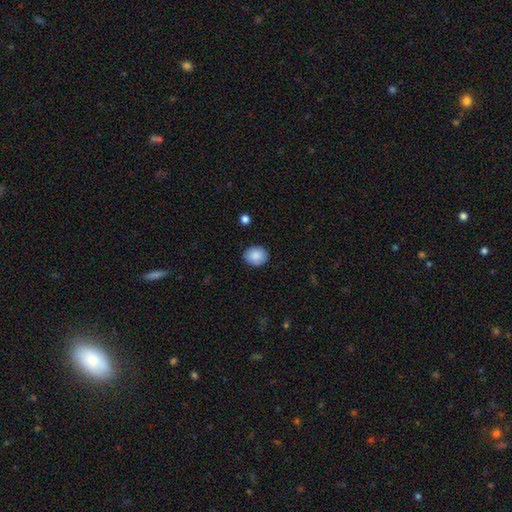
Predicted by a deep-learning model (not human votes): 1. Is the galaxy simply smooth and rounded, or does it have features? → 88% smooth, 7% star or artifact, 4% featured or disk.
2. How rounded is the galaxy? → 62% round, 37% in between, 1% cigar-shaped.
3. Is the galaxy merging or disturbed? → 88% none, 9% minor disturbance, 2% major disturbance, 1% merger.